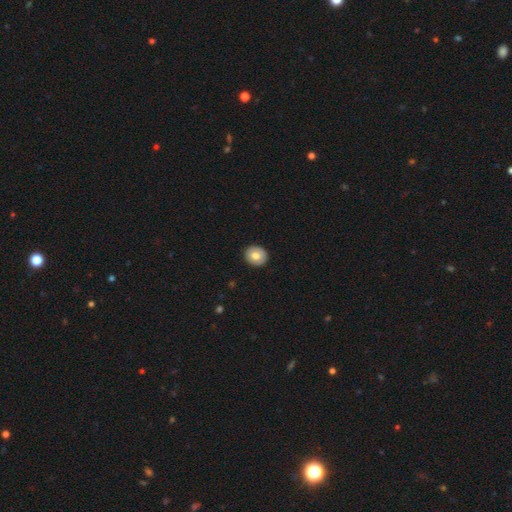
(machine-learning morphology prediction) Smooth or featured? smooth (72%)
How rounded? round (75%)
Merging? none (91%)